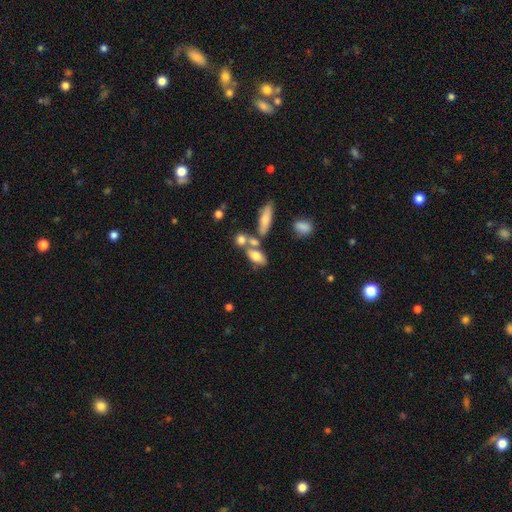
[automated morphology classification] Smooth or featured?
  - smooth: 70% *
  - featured or disk: 21%
  - star or artifact: 9%
How rounded?
  - in between: 83% *
  - cigar-shaped: 10%
  - round: 7%
Merging?
  - none: 43% *
  - merger: 38%
  - minor disturbance: 13%
  - major disturbance: 6%